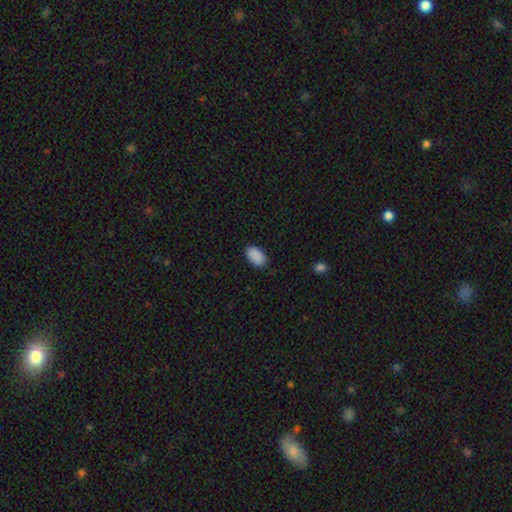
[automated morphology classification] smooth-or-featured: smooth: 90% | star or artifact: 7% | featured or disk: 3%
  how-rounded: in between: 93% | round: 5% | cigar-shaped: 1%
  merging: none: 87% | minor disturbance: 10% | major disturbance: 2% | merger: 1%